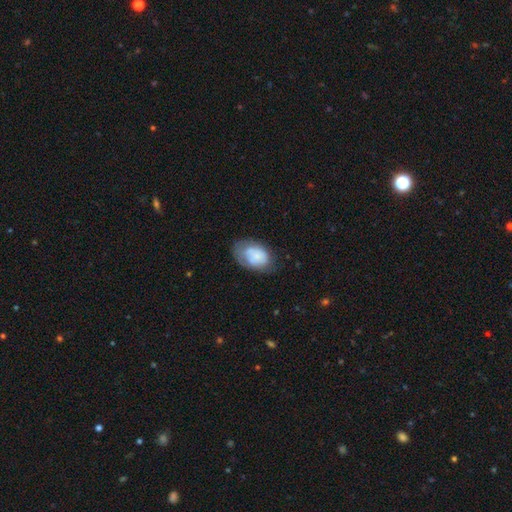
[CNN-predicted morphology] Smooth or featured? Predicted: smooth (p=0.70). How rounded? Predicted: in between (p=0.87). Merging? Predicted: none (p=0.53).